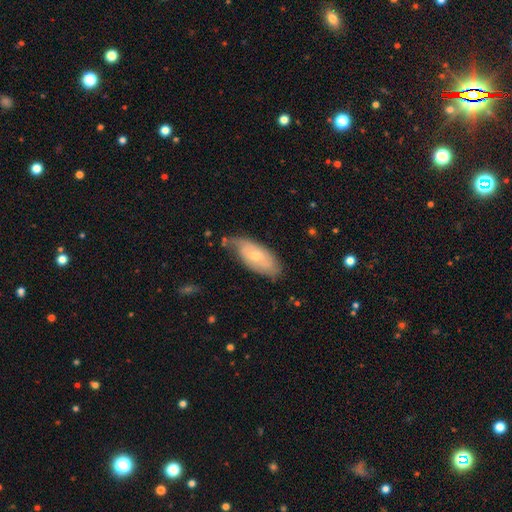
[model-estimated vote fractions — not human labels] Q: Smooth or featured?
A: featured or disk (54%); runner-up: smooth (40%)
Q: Edge-on disk?
A: no (88%); runner-up: yes (12%)
Q: Merging?
A: none (57%); runner-up: minor disturbance (31%)